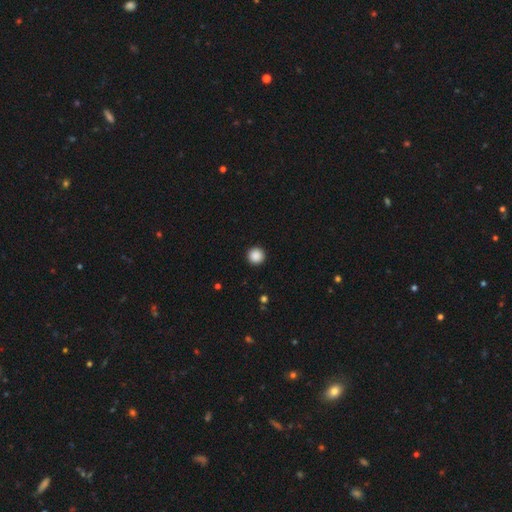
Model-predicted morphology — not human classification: A smooth galaxy with no disk features (88%) that is round (96%).

Vote fractions:
- Smooth or featured? smooth: 88% / star or artifact: 9% / featured or disk: 2%
- How rounded? round: 96% / in between: 3% / cigar-shaped: 1%
- Merging? none: 93% / minor disturbance: 4% / major disturbance: 1% / merger: 1%